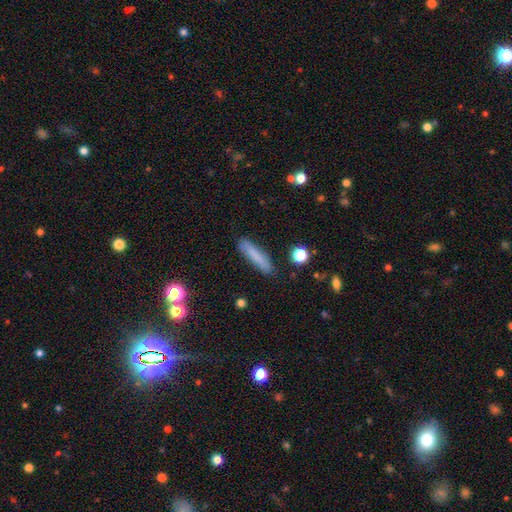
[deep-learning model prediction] smooth-or-featured: smooth: 78% | featured or disk: 14% | star or artifact: 8%
  how-rounded: cigar-shaped: 87% | in between: 12% | round: 2%
  merging: none: 87% | minor disturbance: 10% | major disturbance: 2% | merger: 2%